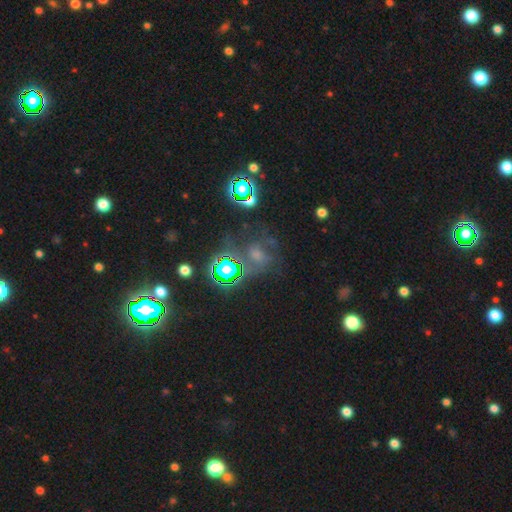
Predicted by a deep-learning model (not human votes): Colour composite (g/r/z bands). It shows a star or artifact, not a galaxy (43%).